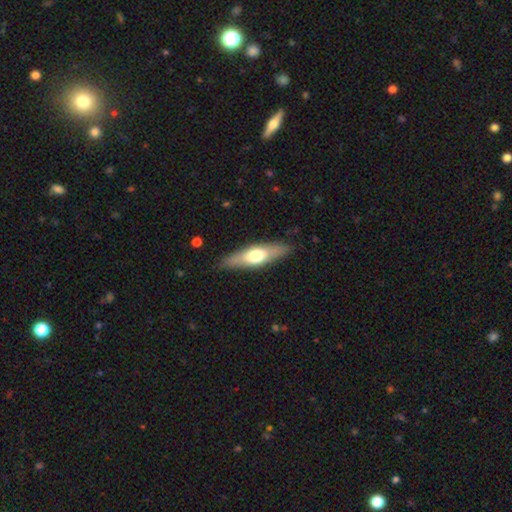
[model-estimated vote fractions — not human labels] Overall: smooth (52%; featured or disk 43%). How rounded: cigar-shaped (57%; in between 41%). Merging: none (86%).